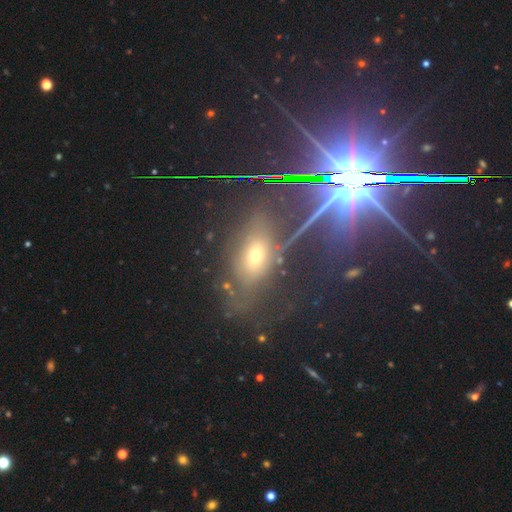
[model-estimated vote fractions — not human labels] This is marginally a star or artifact rather than a galaxy (42%).